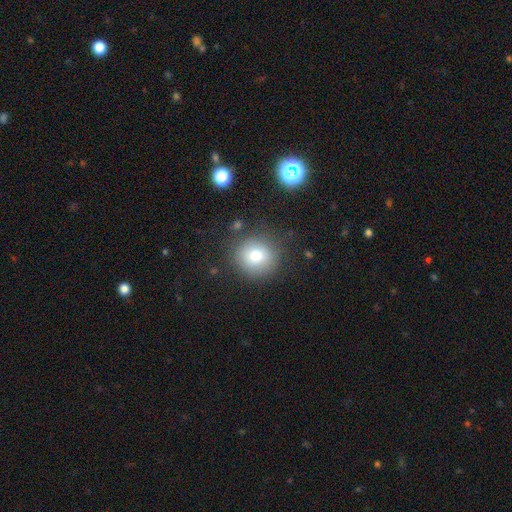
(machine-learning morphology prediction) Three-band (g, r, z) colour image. It shows a smooth galaxy with no disk features (77%) that is round (89%). Merging: none (83%).